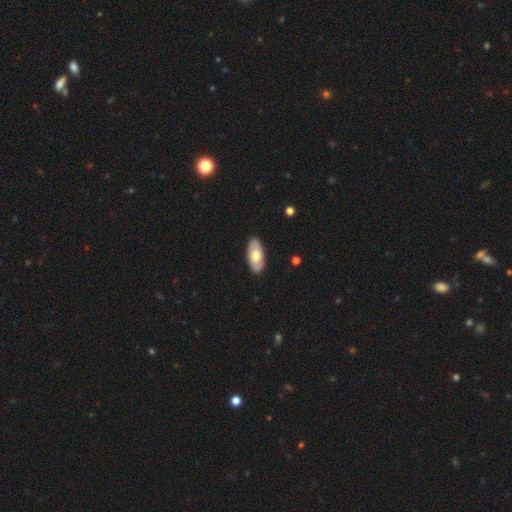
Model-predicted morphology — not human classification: smooth 67%, featured or disk 28%, star or artifact 5%. Down the decision tree: how rounded — in between (92%); merging — none (89%).